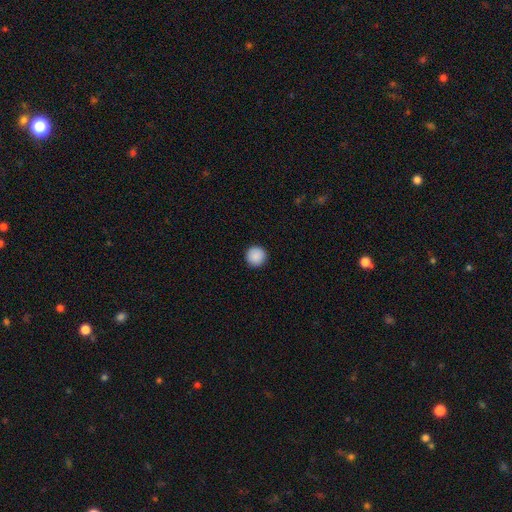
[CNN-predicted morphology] smooth 89%, star or artifact 8%, featured or disk 2%. Down the decision tree: how rounded — round (96%); merging — none (93%).